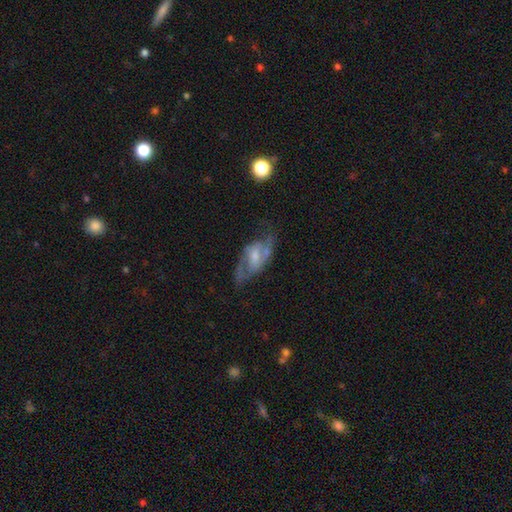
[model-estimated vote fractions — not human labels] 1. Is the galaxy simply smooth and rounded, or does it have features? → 76% featured or disk, 17% smooth, 7% star or artifact.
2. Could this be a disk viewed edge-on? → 94% no, 6% yes.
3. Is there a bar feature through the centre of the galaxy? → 48% weak, 36% no, 16% strong.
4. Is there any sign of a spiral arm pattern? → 84% yes, 16% no.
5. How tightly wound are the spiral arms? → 49% medium, 34% loose, 17% tight.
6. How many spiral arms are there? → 82% 2, 10% can't tell, 3% 1, 2% 3, 1% 4, 1% more than 4.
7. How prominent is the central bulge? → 42% moderate, 38% small, 10% none, 8% large, 1% dominant.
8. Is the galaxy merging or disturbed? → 55% none, 22% minor disturbance, 19% major disturbance, 4% merger.